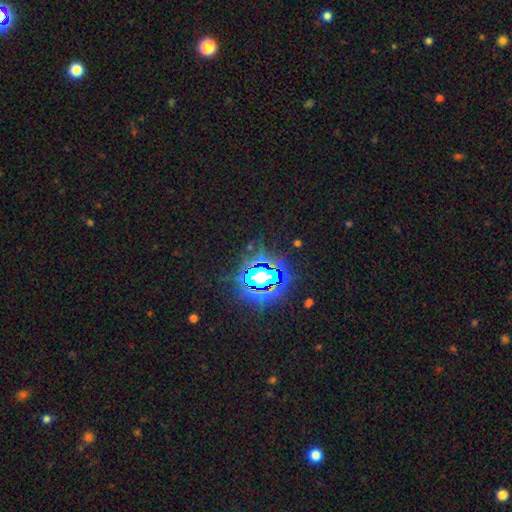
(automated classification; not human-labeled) Smooth or featured?
  - star or artifact: 83% *
  - smooth: 10%
  - featured or disk: 7%